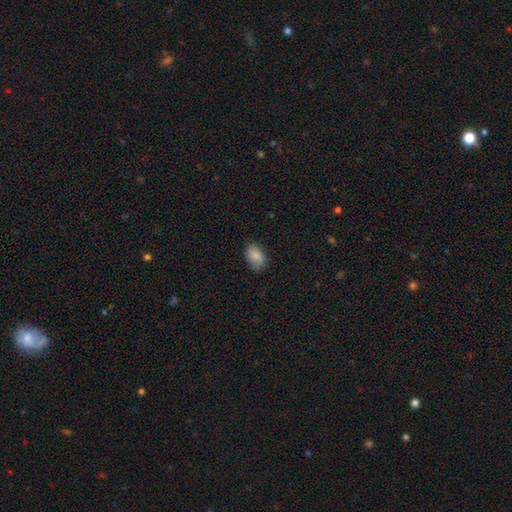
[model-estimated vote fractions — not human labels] Q: Smooth or featured?
A: smooth (85%); runner-up: featured or disk (8%)
Q: How rounded?
A: in between (88%); runner-up: round (11%)
Q: Merging?
A: none (78%); runner-up: minor disturbance (18%)